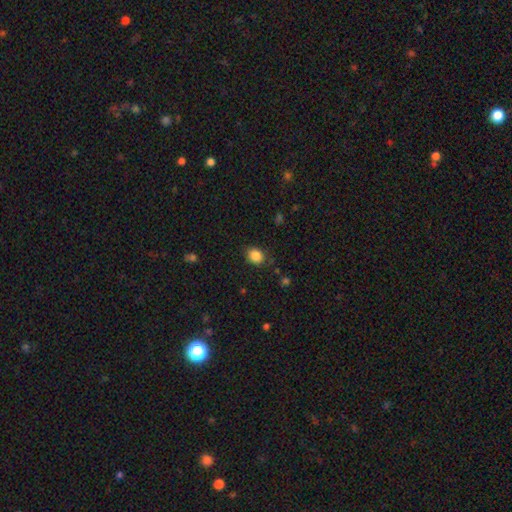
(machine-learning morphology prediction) Smooth or featured? Predicted: smooth (p=0.86). How rounded? Predicted: round (p=0.58). Merging? Predicted: none (p=0.82).